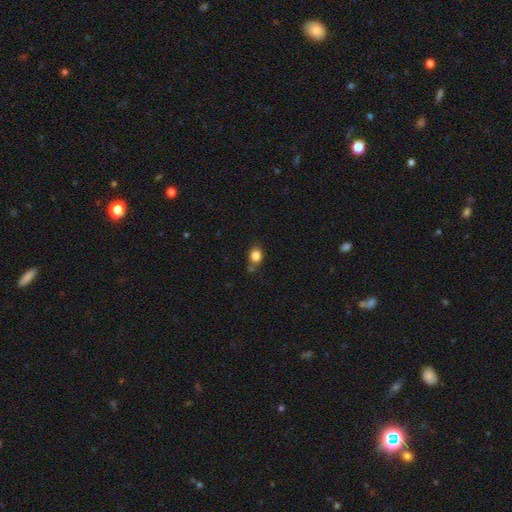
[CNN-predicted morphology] smooth 83%, star or artifact 11%, featured or disk 6%. Down the decision tree: how rounded — round (53%); merging — none (67%).